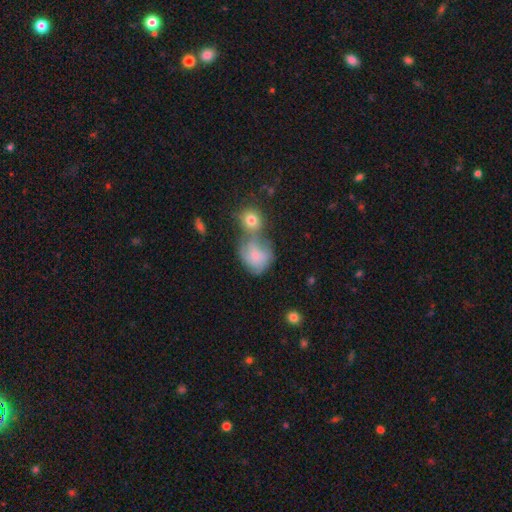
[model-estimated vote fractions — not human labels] Smooth or featured?
  - smooth: 51% *
  - featured or disk: 39%
  - star or artifact: 10%
How rounded?
  - round: 60% *
  - in between: 39%
  - cigar-shaped: 1%
Merging?
  - merger: 41% *
  - none: 31%
  - minor disturbance: 16%
  - major disturbance: 12%